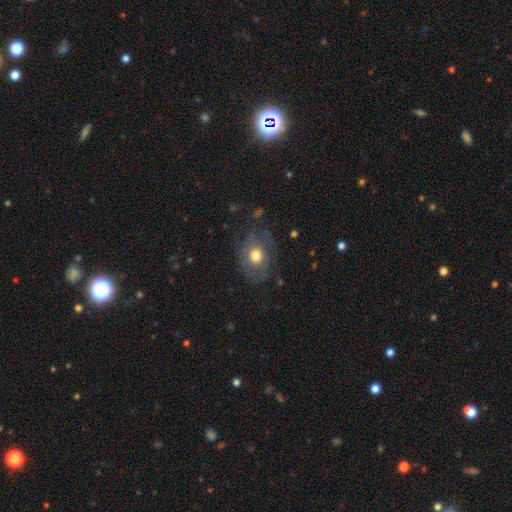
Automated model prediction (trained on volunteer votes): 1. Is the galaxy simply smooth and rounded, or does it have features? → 54% smooth, 37% featured or disk, 9% star or artifact.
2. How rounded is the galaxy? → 61% in between, 38% round, 1% cigar-shaped.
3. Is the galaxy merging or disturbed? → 66% none, 21% minor disturbance, 12% major disturbance, 1% merger.